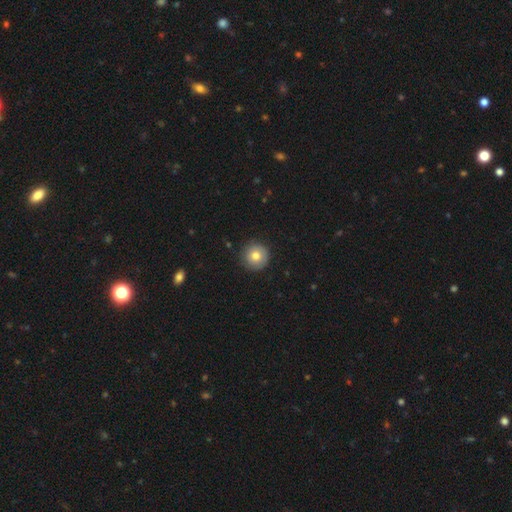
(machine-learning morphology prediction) This appears to be a smooth galaxy with no disk features (76%) that is round (96%). Merging: none (88%).